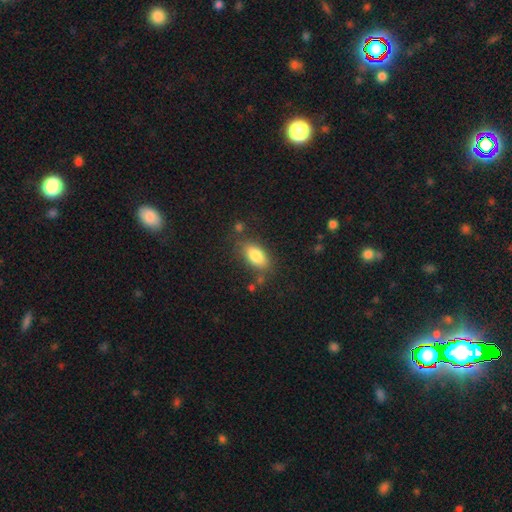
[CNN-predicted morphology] type=smooth (82%); roundness=in between (89%); merging=none (75%).